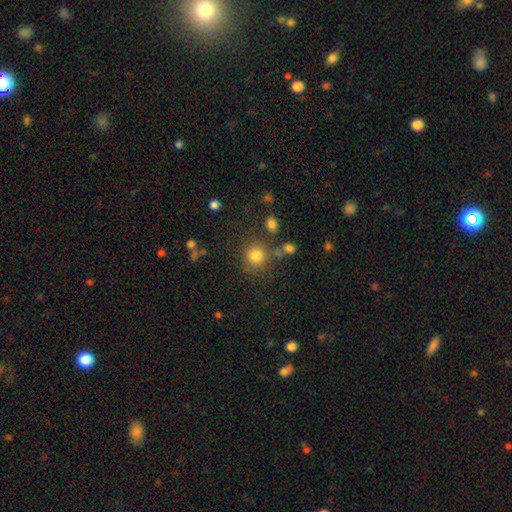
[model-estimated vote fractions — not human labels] smooth 81%, star or artifact 12%, featured or disk 7%. Down the decision tree: how rounded — round (90%); merging — none (74%).